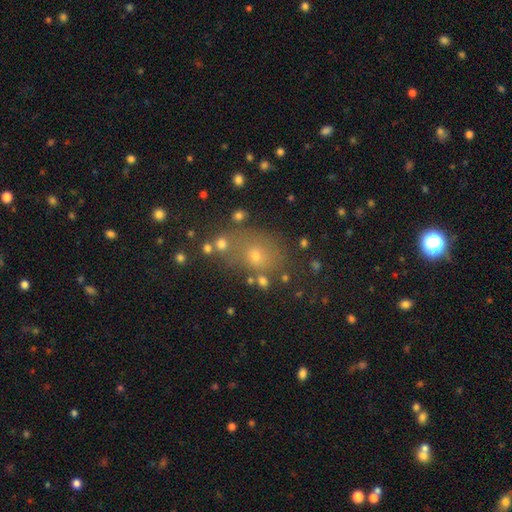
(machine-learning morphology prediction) This is possibly a smooth galaxy (46%). Merging: likely none (67%).